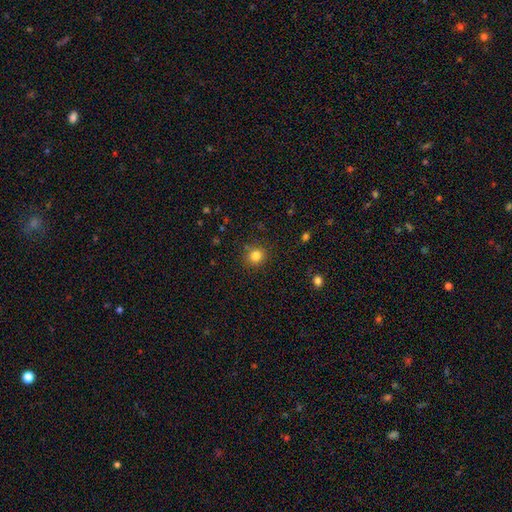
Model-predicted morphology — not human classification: This is clearly a smooth galaxy (82%). How rounded: clearly round (90%). Merging: clearly none (88%).